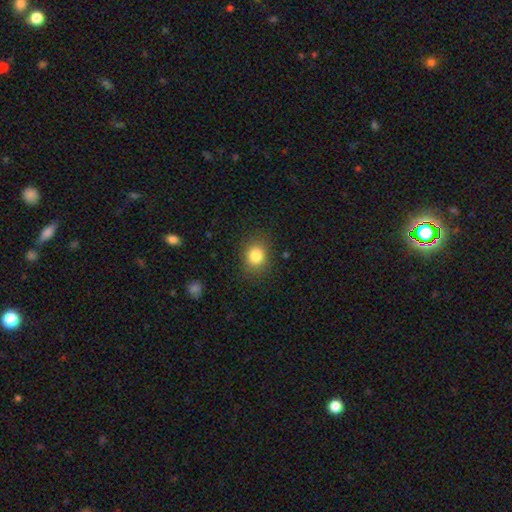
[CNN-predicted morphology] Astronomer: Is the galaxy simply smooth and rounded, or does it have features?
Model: smooth — 83%.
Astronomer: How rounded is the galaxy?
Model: round — 64%.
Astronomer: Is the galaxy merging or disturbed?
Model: none — 84%.